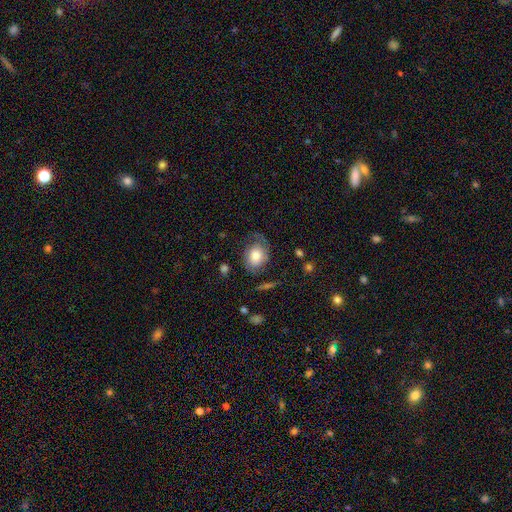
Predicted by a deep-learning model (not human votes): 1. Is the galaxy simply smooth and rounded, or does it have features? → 57% smooth, 35% featured or disk, 8% star or artifact.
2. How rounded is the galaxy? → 55% in between, 44% round, 1% cigar-shaped.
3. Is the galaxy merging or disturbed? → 52% none, 25% minor disturbance, 20% major disturbance, 2% merger.